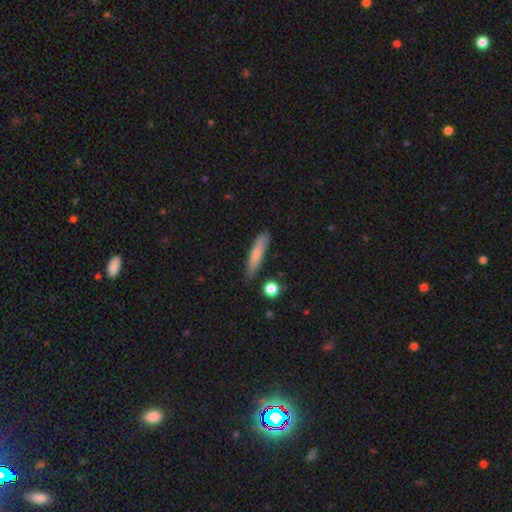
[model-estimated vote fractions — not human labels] Smooth or featured?
  - smooth: 73% *
  - featured or disk: 20%
  - star or artifact: 7%
How rounded?
  - cigar-shaped: 85% *
  - in between: 13%
  - round: 2%
Merging?
  - none: 81% *
  - minor disturbance: 14%
  - major disturbance: 3%
  - merger: 3%